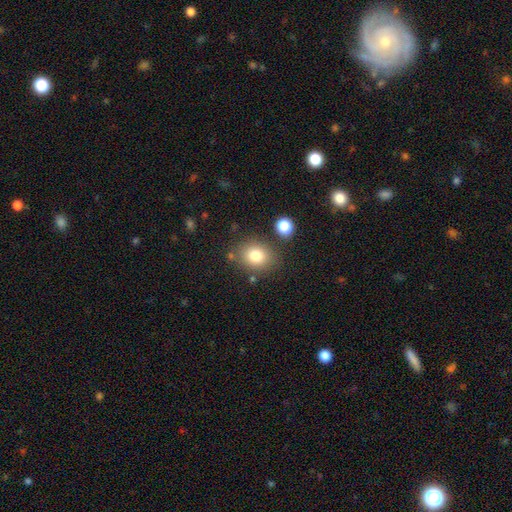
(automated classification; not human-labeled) Smooth or featured? Predicted: smooth (p=0.80). How rounded? Predicted: round (p=0.60). Merging? Predicted: none (p=0.77).